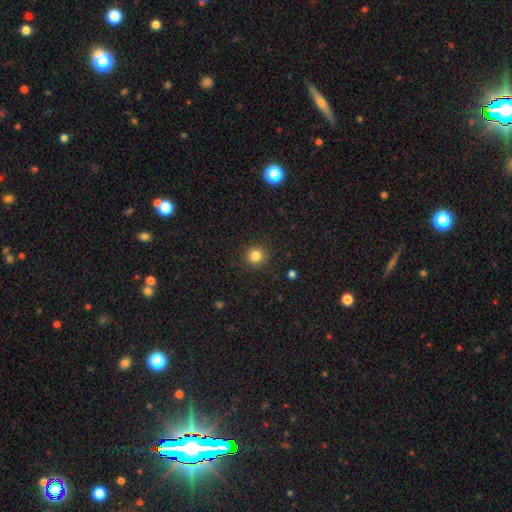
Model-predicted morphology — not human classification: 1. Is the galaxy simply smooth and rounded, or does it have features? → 83% smooth, 12% star or artifact, 5% featured or disk.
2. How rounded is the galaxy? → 93% round, 6% in between, 1% cigar-shaped.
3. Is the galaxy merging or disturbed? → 91% none, 6% minor disturbance, 2% major disturbance, 1% merger.